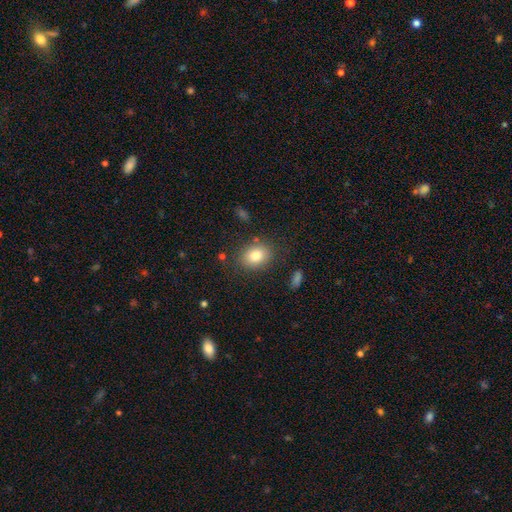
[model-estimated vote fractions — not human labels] Morphology: type=smooth (81%); roundness=in between (54%); merging=none (82%).